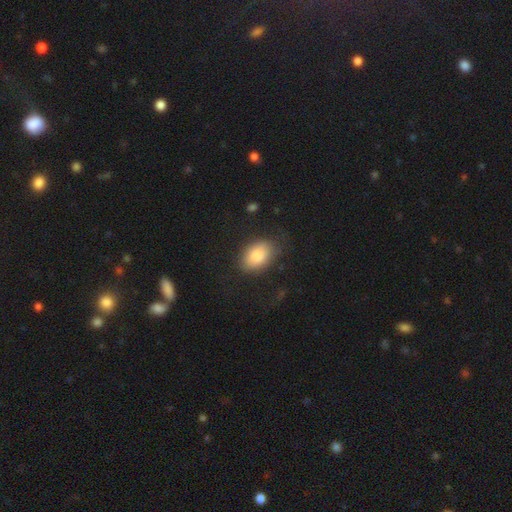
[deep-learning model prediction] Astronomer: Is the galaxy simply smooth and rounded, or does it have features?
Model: smooth — 84%.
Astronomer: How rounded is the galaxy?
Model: in between — 87%.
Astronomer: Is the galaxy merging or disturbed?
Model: none — 74%.